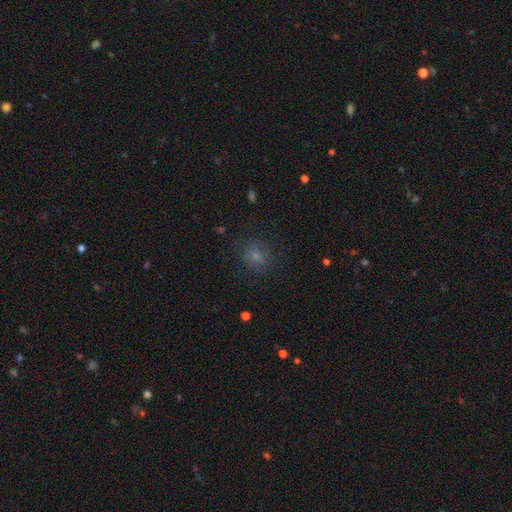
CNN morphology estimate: Smooth or featured? Predicted: smooth (p=0.64). How rounded? Predicted: round (p=0.74). Merging? Predicted: none (p=0.78).